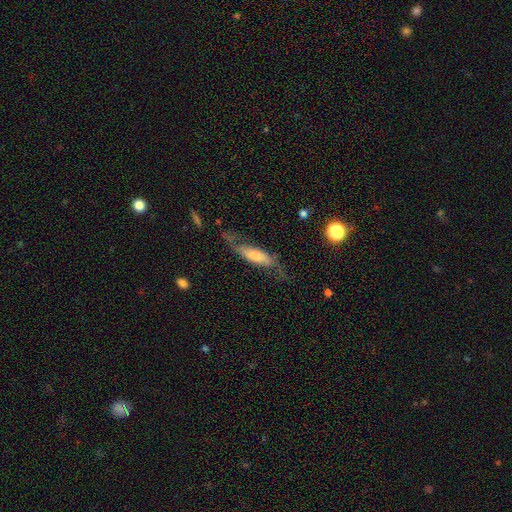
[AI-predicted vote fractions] Smooth or featured: featured or disk — 52% (smooth — 41%)
Edge-on disk: no — 65% (yes — 35%)
Merging: none — 51% (minor disturbance — 24%)